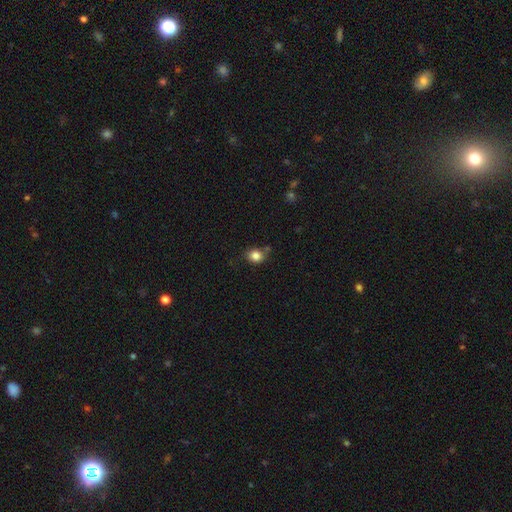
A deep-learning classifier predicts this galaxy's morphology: smooth-or-featured: smooth: 83% | star or artifact: 11% | featured or disk: 6%
  how-rounded: round: 71% | in between: 28% | cigar-shaped: 1%
  merging: none: 70% | minor disturbance: 18% | merger: 8% | major disturbance: 4%